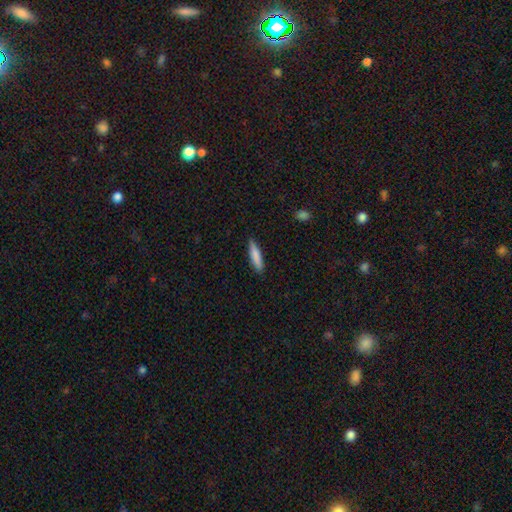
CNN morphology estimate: Overall: smooth (82%). How rounded: cigar-shaped (81%). Merging: none (87%).